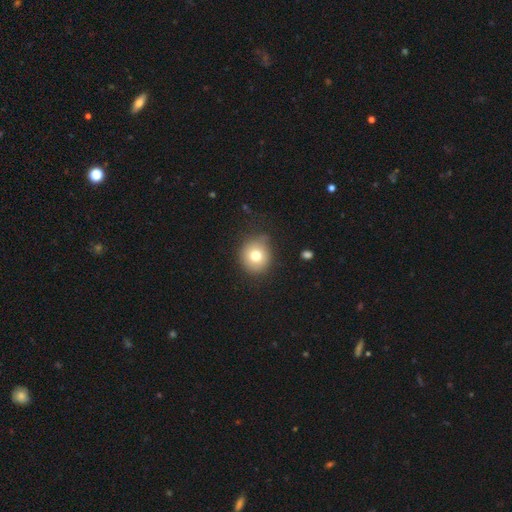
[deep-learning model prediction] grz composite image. It shows a smooth galaxy with no disk features (75%) that is round (86%). Merging: none (75%).